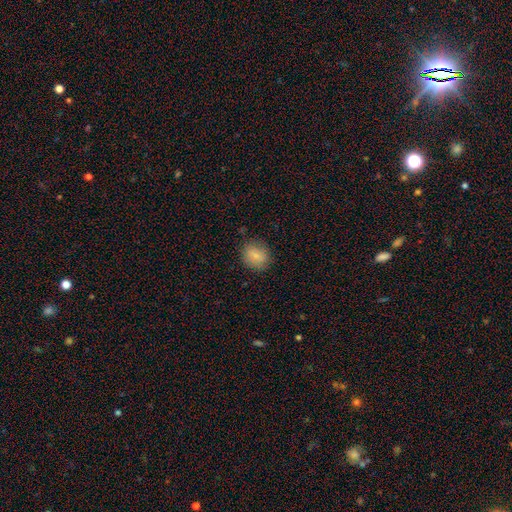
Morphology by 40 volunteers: Smooth or featured? smooth (92%)
How rounded? round (70%)
Merging? none (90%)